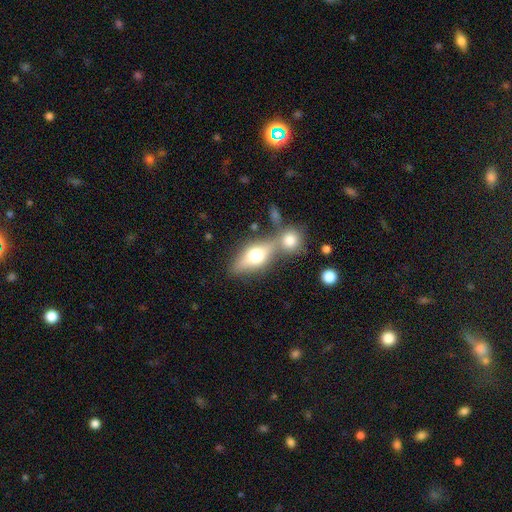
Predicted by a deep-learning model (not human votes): smooth_or_featured: smooth (p=0.53) [alt: featured or disk p=0.39]
how_rounded: in between (p=0.68) [alt: cigar-shaped p=0.21]
merging: none (p=0.50) [alt: merger p=0.35]